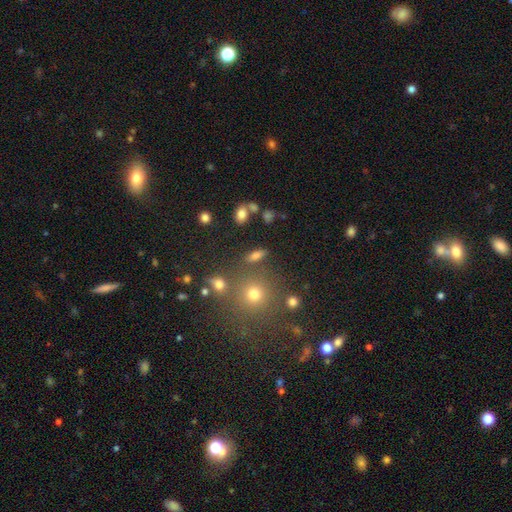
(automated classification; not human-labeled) smooth-or-featured: smooth: 72% | star or artifact: 14% | featured or disk: 14%
  how-rounded: in between: 68% | cigar-shaped: 19% | round: 14%
  merging: none: 76% | minor disturbance: 11% | merger: 8% | major disturbance: 5%